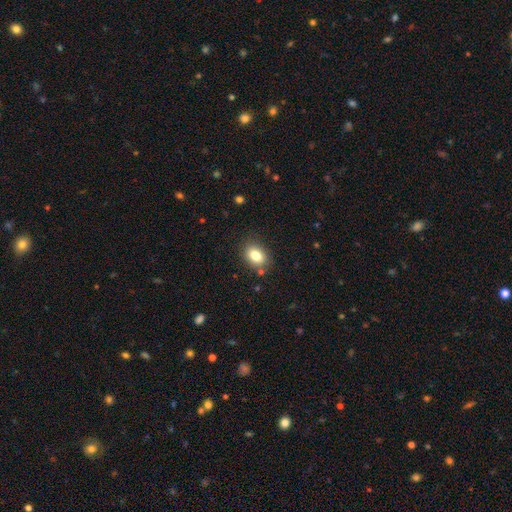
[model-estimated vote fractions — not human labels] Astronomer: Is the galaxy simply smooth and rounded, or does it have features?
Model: smooth — 82%.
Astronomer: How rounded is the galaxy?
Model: in between — 74%.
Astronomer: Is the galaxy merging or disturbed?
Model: none — 82%.